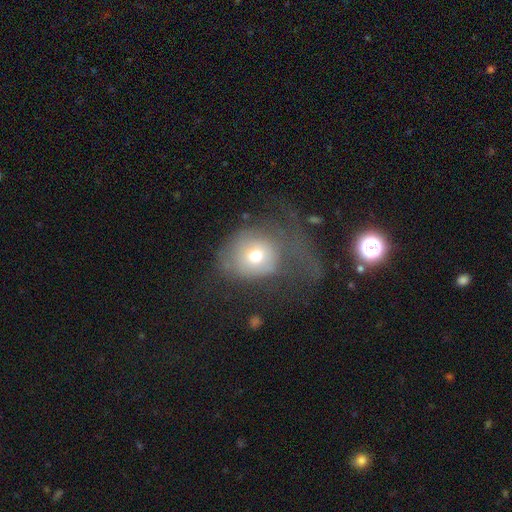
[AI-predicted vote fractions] Overall: smooth (63%; featured or disk 26%). How rounded: round (78%). Merging: major disturbance (58%; none 23%).